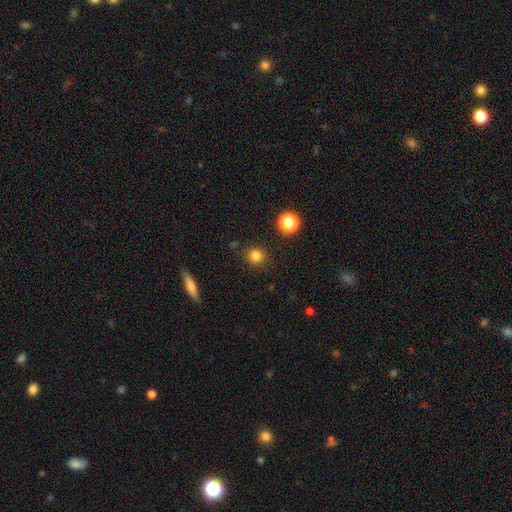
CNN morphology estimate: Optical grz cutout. It shows a smooth galaxy with no disk features (82%) that is round (92%). Merging: none (89%).